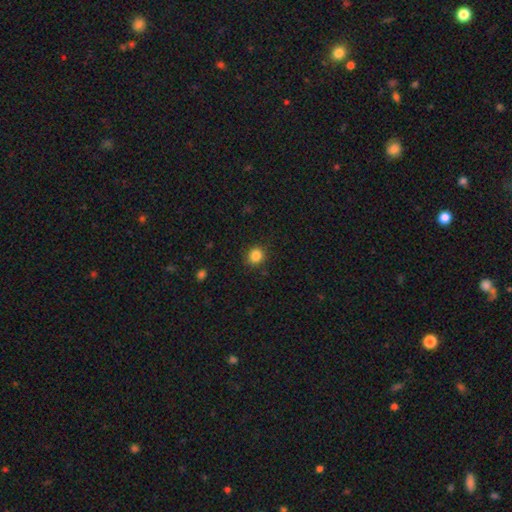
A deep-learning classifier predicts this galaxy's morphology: Smooth or featured: smooth — 85% (star or artifact — 11%)
How rounded: round — 84% (in between — 15%)
Merging: none — 88% (minor disturbance — 8%)